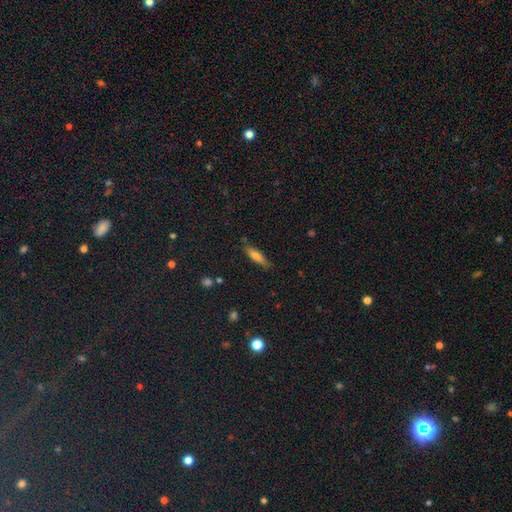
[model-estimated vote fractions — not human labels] Smooth or featured? Predicted: smooth (p=0.65). How rounded? Predicted: cigar-shaped (p=0.73). Merging? Predicted: none (p=0.81).